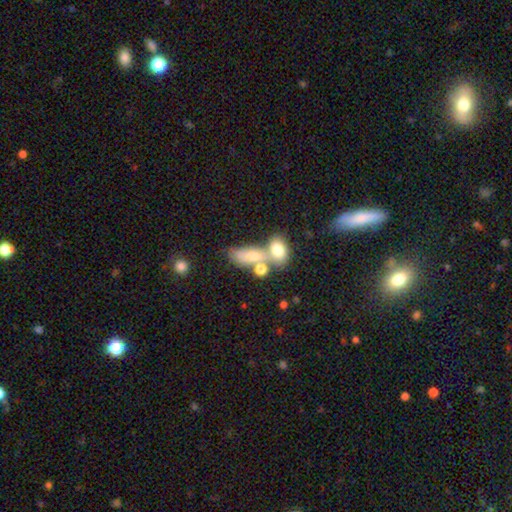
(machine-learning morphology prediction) Q: Smooth or featured?
A: smooth (62%); runner-up: featured or disk (24%)
Q: How rounded?
A: in between (69%); runner-up: cigar-shaped (17%)
Q: Merging?
A: merger (48%); runner-up: none (34%)